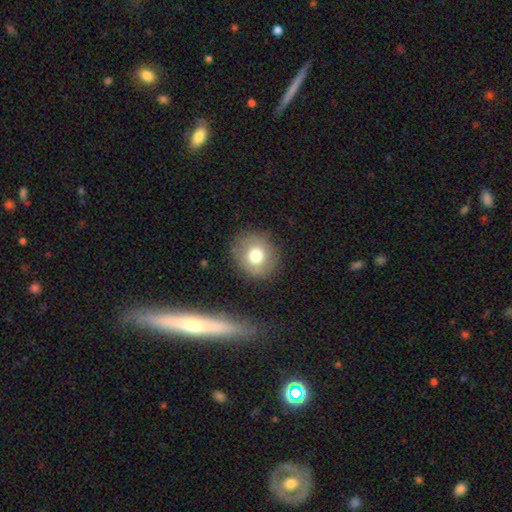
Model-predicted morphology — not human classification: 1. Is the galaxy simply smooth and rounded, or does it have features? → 73% smooth, 17% featured or disk, 10% star or artifact.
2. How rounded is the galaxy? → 84% round, 15% in between, 1% cigar-shaped.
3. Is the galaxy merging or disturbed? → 84% none, 10% minor disturbance, 4% major disturbance, 2% merger.